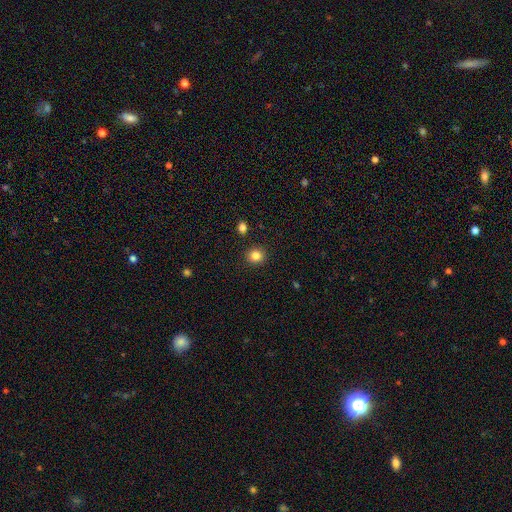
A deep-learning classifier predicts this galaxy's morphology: Overall: smooth (83%). How rounded: round (88%). Merging: none (91%).